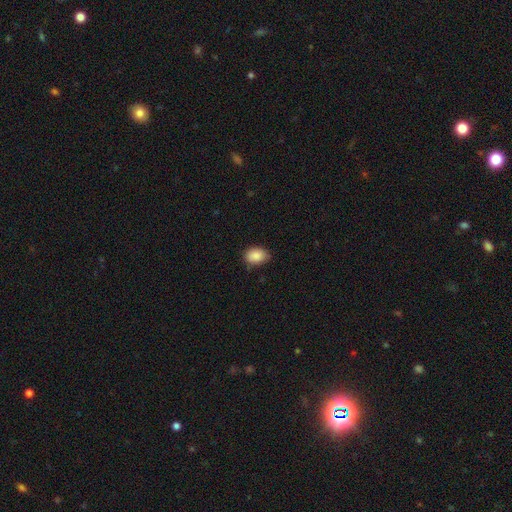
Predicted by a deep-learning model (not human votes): A smooth galaxy with no disk features (88%) that is in between round and cigar-shaped (83%).

Vote fractions:
- Smooth or featured? smooth: 88% / star or artifact: 7% / featured or disk: 5%
- How rounded? in between: 83% / round: 16% / cigar-shaped: 1%
- Merging? none: 72% / minor disturbance: 23% / major disturbance: 3% / merger: 1%